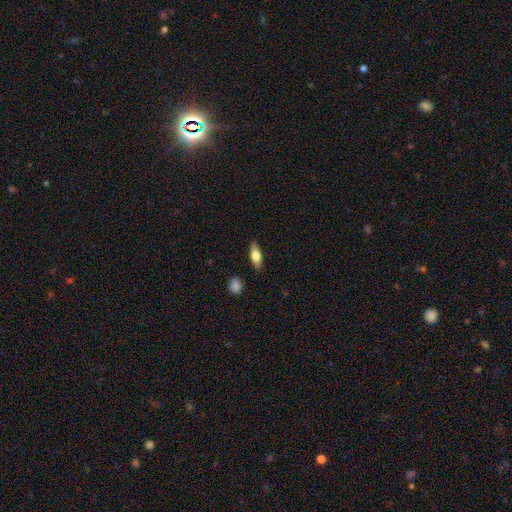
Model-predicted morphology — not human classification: type=smooth (64%); roundness=in between (65%); merging=none (86%).